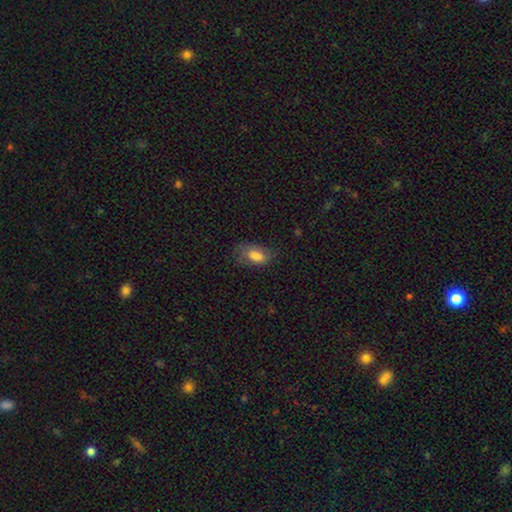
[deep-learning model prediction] Smooth or featured? Predicted: smooth (p=0.79). How rounded? Predicted: in between (p=0.90). Merging? Predicted: none (p=0.54).